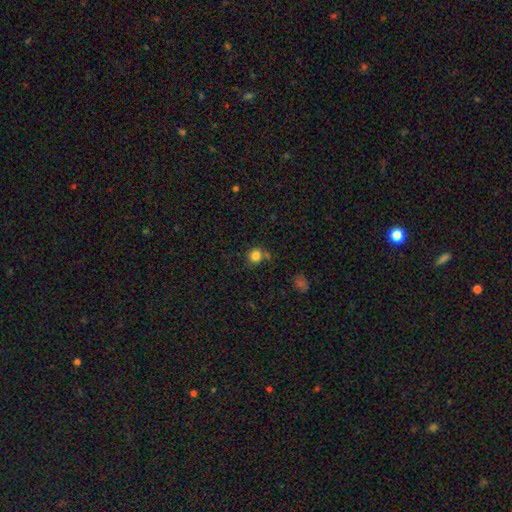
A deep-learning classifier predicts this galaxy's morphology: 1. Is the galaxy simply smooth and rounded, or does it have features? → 83% smooth, 12% star or artifact, 5% featured or disk.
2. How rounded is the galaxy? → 89% round, 10% in between, 1% cigar-shaped.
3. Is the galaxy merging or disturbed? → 71% none, 14% minor disturbance, 10% merger, 4% major disturbance.